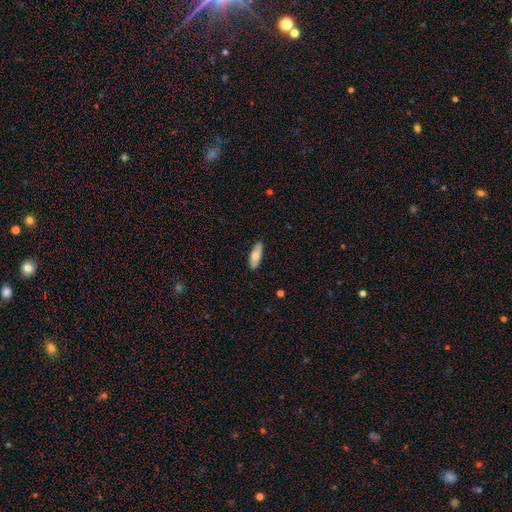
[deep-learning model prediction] A smooth galaxy with no disk features (68%) that is in between round and cigar-shaped (66%).

Vote fractions:
- Smooth or featured? smooth: 68% / featured or disk: 26% / star or artifact: 6%
- How rounded? in between: 66% / cigar-shaped: 31% / round: 2%
- Merging? none: 86% / minor disturbance: 11% / major disturbance: 2% / merger: 1%